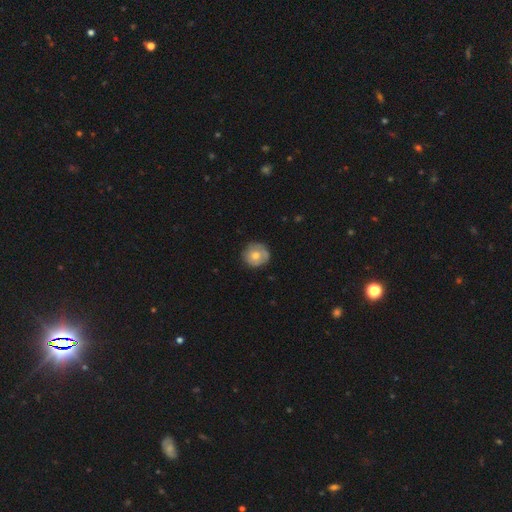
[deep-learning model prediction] Smooth or featured: smooth — 68% (featured or disk — 25%)
How rounded: round — 90% (in between — 9%)
Merging: none — 78% (minor disturbance — 17%)